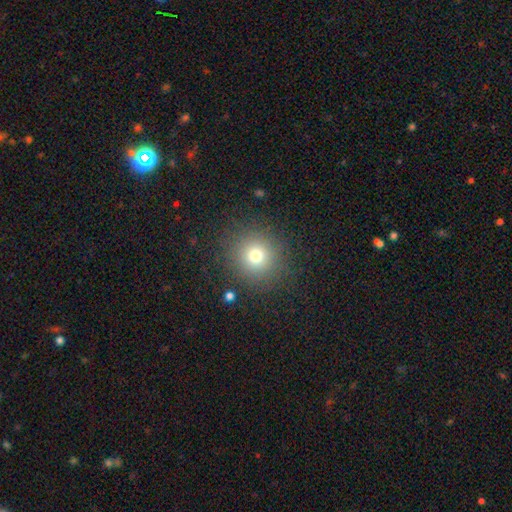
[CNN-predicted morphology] Smooth or featured? Predicted: smooth (p=0.73). How rounded? Predicted: round (p=0.92). Merging? Predicted: none (p=0.87).